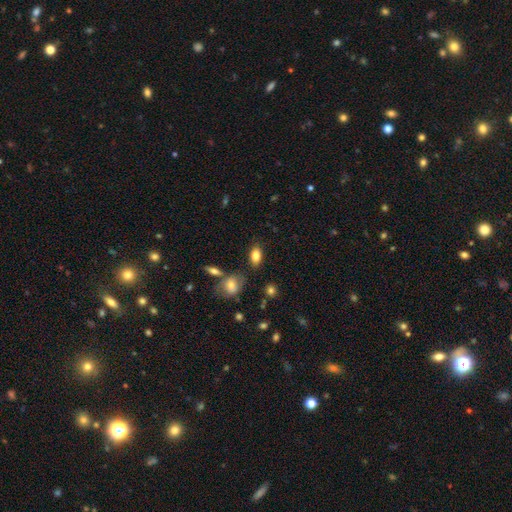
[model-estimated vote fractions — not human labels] Smooth or featured?
  - smooth: 83% *
  - star or artifact: 9%
  - featured or disk: 9%
How rounded?
  - in between: 88% *
  - round: 8%
  - cigar-shaped: 4%
Merging?
  - none: 78% *
  - minor disturbance: 13%
  - merger: 5%
  - major disturbance: 3%